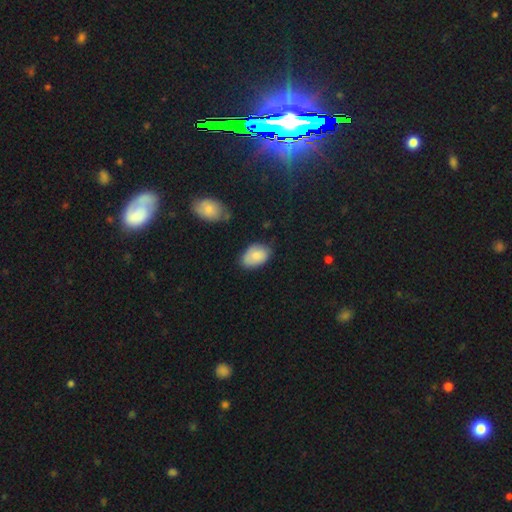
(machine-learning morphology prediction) type=smooth (83%); roundness=in between (90%); merging=none (65%).